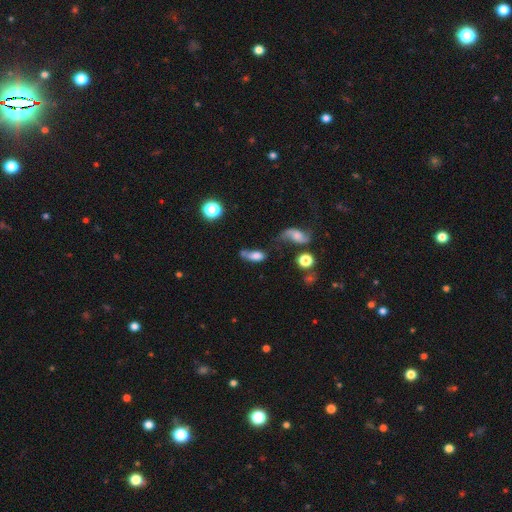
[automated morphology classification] Smooth or featured: smooth — 66% (featured or disk — 22%)
How rounded: in between — 78% (cigar-shaped — 15%)
Merging: none — 30% (merger — 26%)